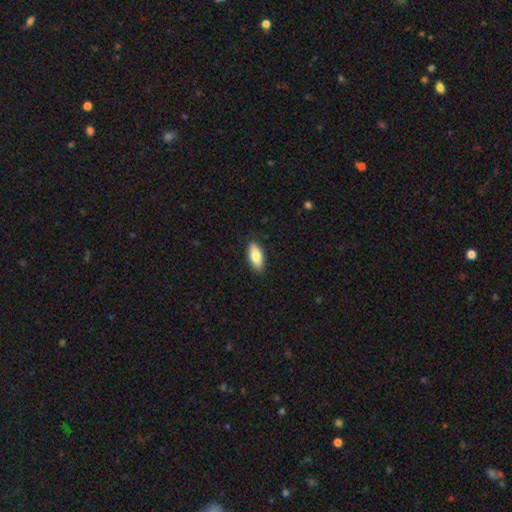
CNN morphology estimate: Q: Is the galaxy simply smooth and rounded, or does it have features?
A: smooth — 83%.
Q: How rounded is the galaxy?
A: in between — 85%.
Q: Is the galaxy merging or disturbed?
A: none — 88%.